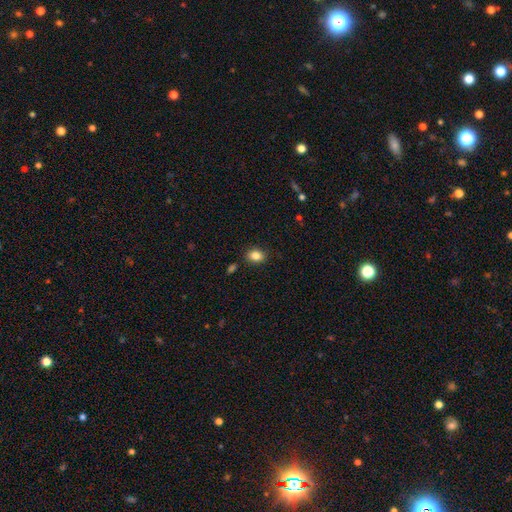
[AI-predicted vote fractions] Q: Smooth or featured?
A: smooth (84%); runner-up: star or artifact (10%)
Q: How rounded?
A: in between (59%); runner-up: round (40%)
Q: Merging?
A: none (86%); runner-up: minor disturbance (9%)